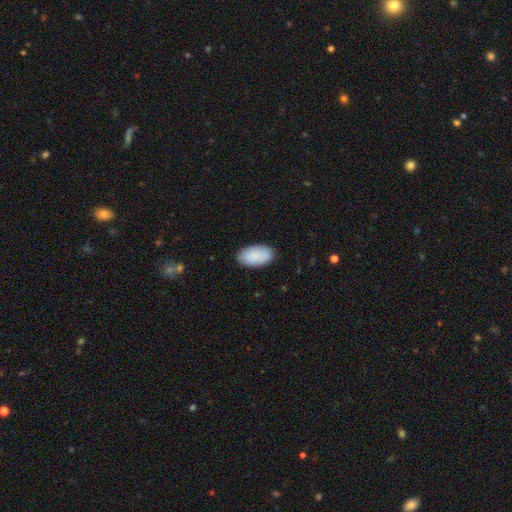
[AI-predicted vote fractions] This appears to be a smooth galaxy with no disk features (89%) that is in between round and cigar-shaped (96%). Merging: none (86%).